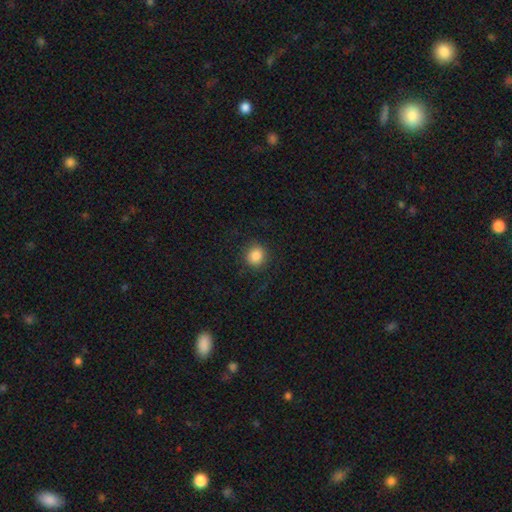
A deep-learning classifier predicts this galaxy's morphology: A smooth galaxy with no disk features (86%) that is round (87%). Merging: none (88%).